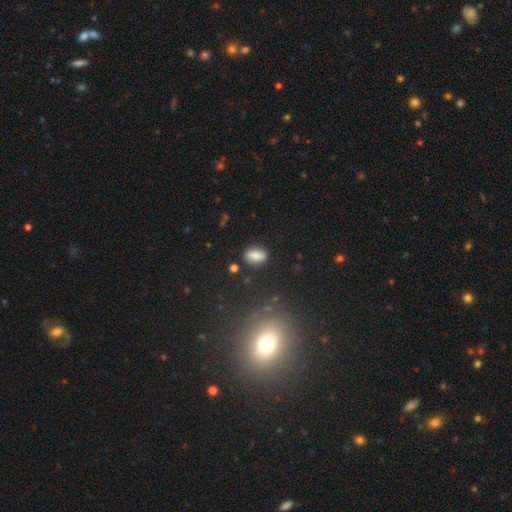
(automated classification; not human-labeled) Morphology: type=smooth (83%); roundness=in between (87%); merging=none (84%).